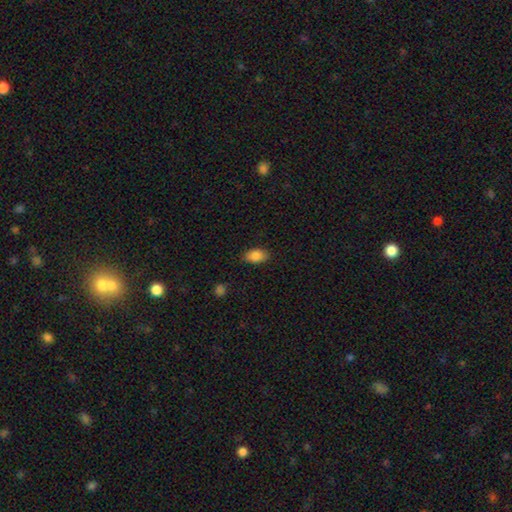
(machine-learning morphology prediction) Overall: smooth (86%). How rounded: in between (89%). Merging: none (83%).